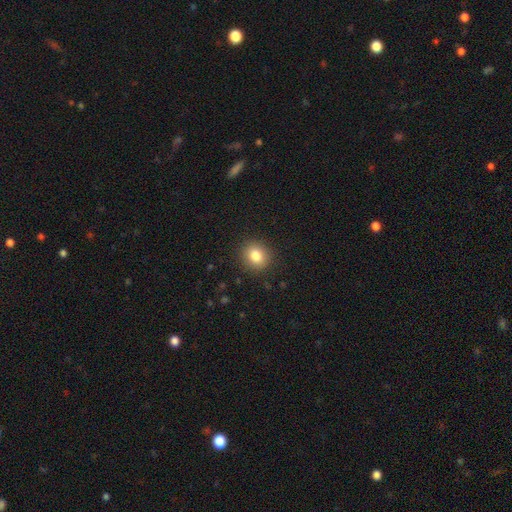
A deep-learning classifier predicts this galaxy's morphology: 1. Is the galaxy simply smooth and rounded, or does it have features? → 83% smooth, 10% star or artifact, 7% featured or disk.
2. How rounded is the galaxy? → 78% round, 21% in between, 1% cigar-shaped.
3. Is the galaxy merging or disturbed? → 89% none, 7% minor disturbance, 2% major disturbance, 1% merger.